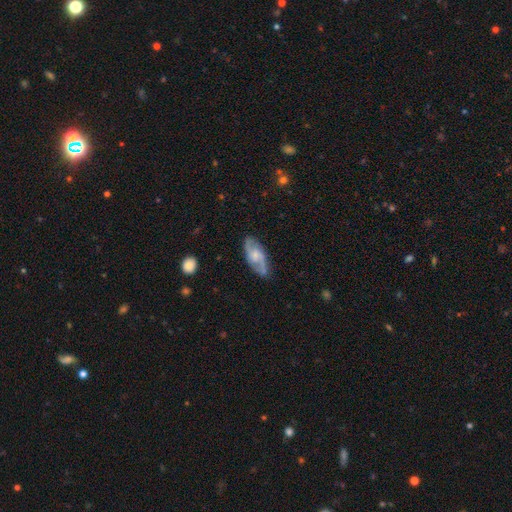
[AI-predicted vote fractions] This is likely a featured or disk galaxy (66%). It is clearly not viewed edge-on (91%). Bar: possibly no (54%). Spiral arm pattern: clearly yes (89%). Spiral arm count: clearly 2 (80%). Spiral winding: possibly medium (50%). Central bulge: possibly small (46%). Merging: likely none (75%).